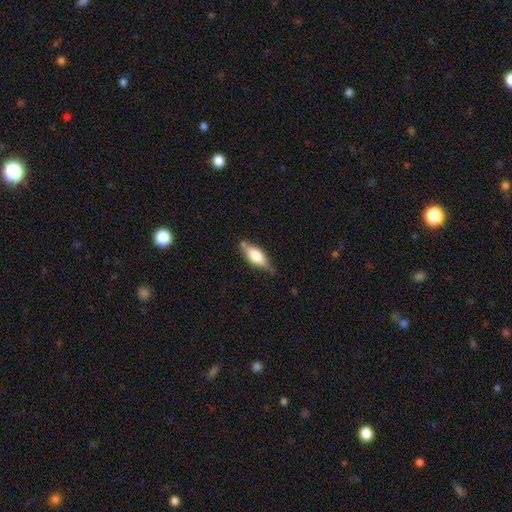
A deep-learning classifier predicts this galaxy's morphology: Smooth or featured? Predicted: smooth (p=0.65). How rounded? Predicted: in between (p=0.69). Merging? Predicted: none (p=0.66).